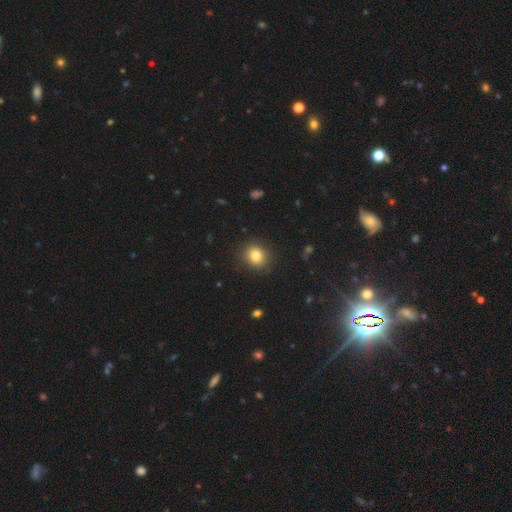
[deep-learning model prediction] smooth 82%, star or artifact 11%, featured or disk 7%. Down the decision tree: how rounded — round (74%); merging — none (89%).